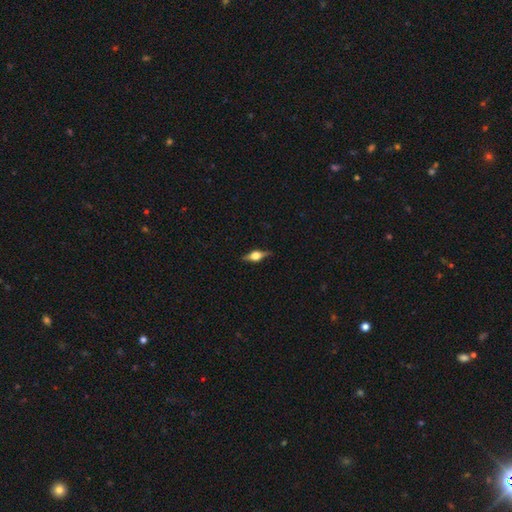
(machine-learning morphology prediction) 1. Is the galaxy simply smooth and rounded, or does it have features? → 72% featured or disk, 21% smooth, 7% star or artifact.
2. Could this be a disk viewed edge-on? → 96% yes, 4% no.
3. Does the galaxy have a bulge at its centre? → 93% rounded, 6% boxy, 1% none.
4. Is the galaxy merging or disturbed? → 86% none, 10% minor disturbance, 2% major disturbance, 1% merger.